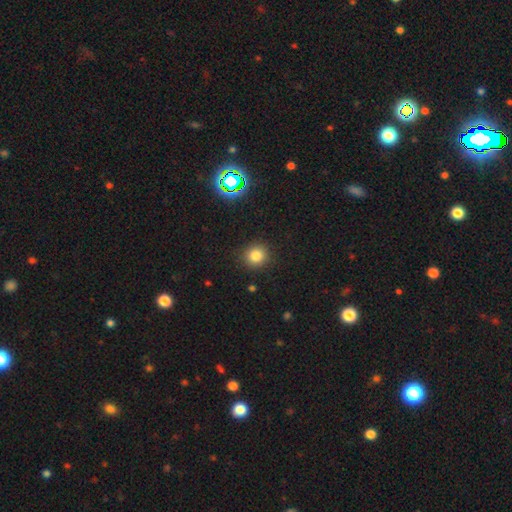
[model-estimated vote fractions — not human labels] Overall: smooth (80%). How rounded: round (89%). Merging: none (90%).